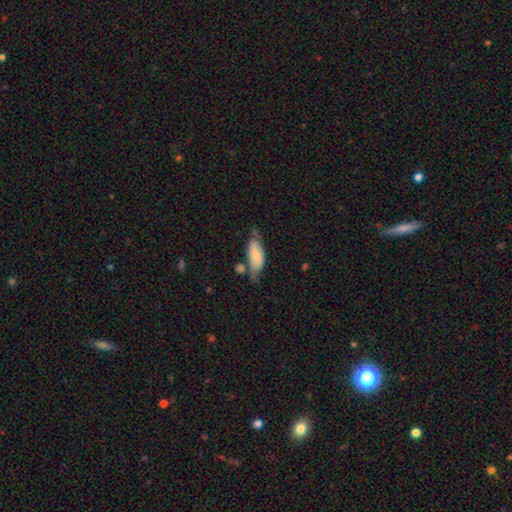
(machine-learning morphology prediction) Smooth or featured? Predicted: smooth (p=0.75). How rounded? Predicted: in between (p=0.76). Merging? Predicted: none (p=0.42).